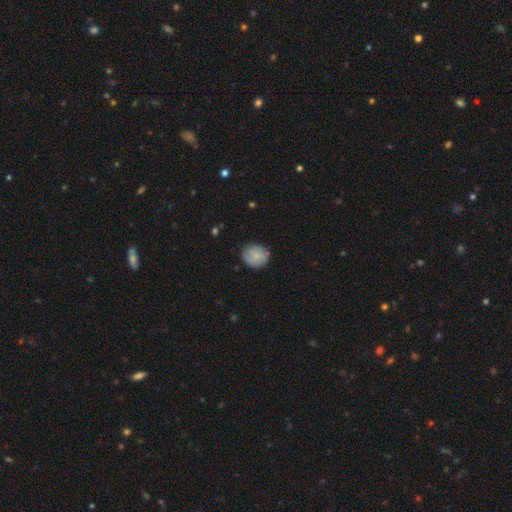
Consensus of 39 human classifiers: Morphology: type=smooth (67%); roundness=round (92%); merging=none (89%).